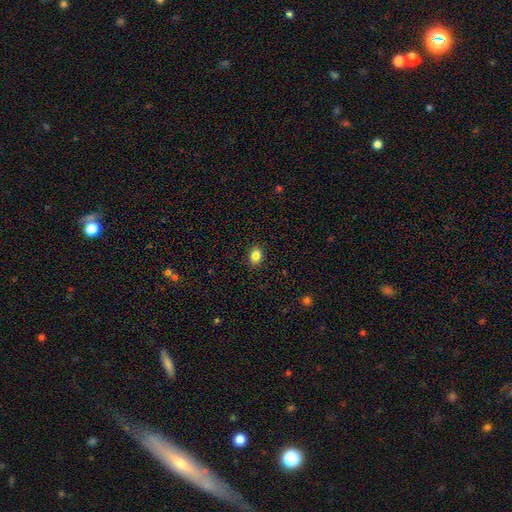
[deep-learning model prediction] This is clearly a smooth galaxy (84%). How rounded: likely in between (65%). Merging: clearly none (90%).